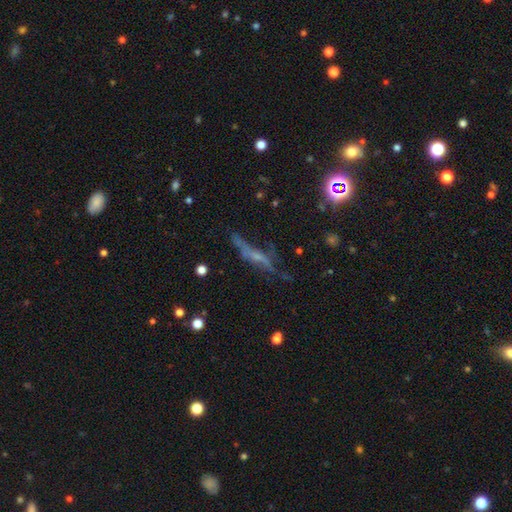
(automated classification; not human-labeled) Smooth or featured? featured or disk (51%)
Edge-on disk? yes (63%)
Merging? none (48%)